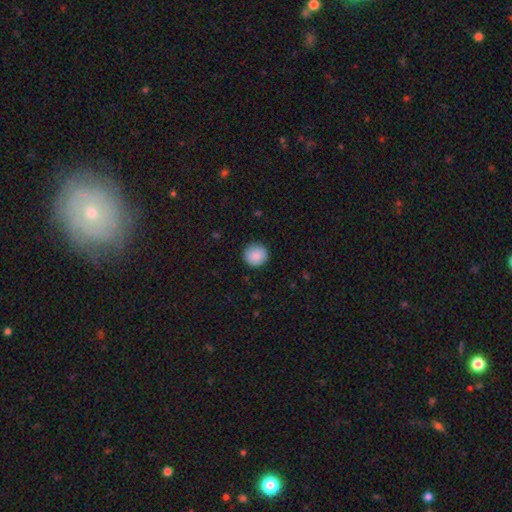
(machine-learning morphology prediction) Overall: smooth (89%). How rounded: round (94%). Merging: none (90%).